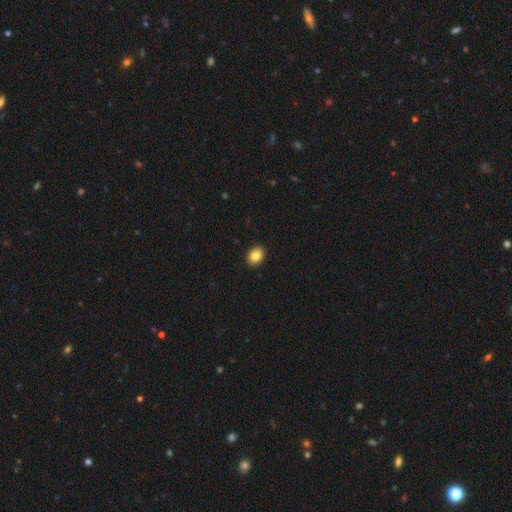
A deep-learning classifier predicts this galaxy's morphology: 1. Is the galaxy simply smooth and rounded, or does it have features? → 85% smooth, 9% star or artifact, 6% featured or disk.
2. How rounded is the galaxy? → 58% in between, 41% round, 1% cigar-shaped.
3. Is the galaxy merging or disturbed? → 92% none, 6% minor disturbance, 2% major disturbance, 1% merger.